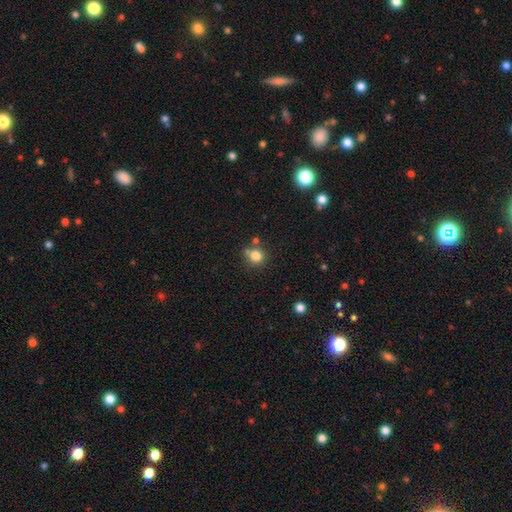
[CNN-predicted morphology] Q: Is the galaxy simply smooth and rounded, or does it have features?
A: smooth — 81%.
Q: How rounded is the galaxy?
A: round — 89%.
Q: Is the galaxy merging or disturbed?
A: none — 68%.